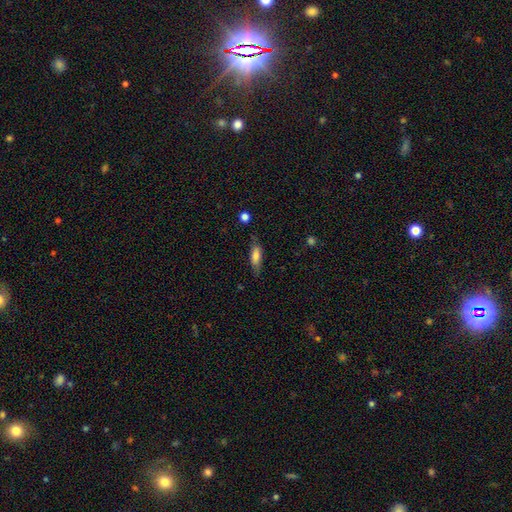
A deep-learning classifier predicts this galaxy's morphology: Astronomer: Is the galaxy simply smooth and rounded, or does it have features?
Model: smooth — 73%.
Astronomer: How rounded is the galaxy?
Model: in between — 56% (runner-up: cigar-shaped, 41%).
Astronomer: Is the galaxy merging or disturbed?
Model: none — 70%.